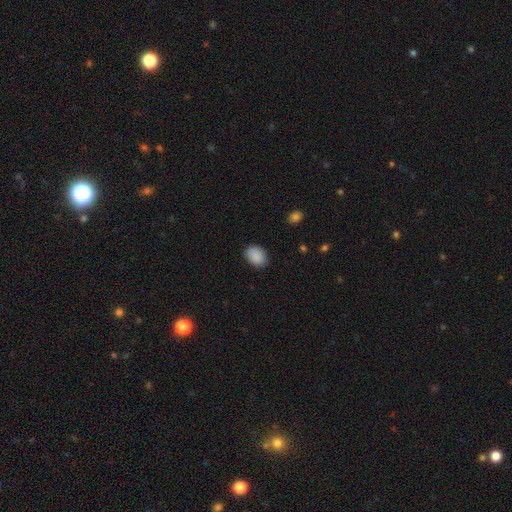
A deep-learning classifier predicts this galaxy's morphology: type=smooth (87%); roundness=in between (67%); merging=none (82%).